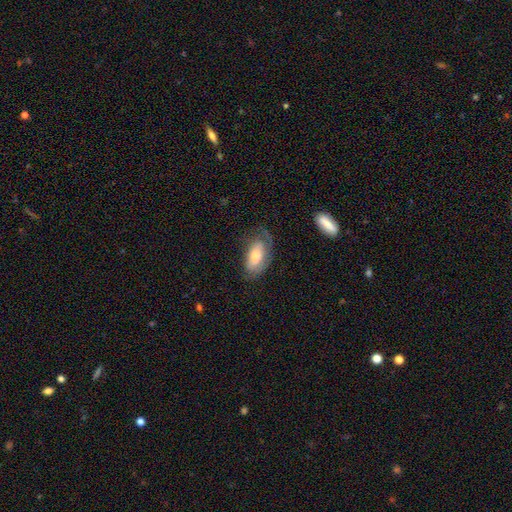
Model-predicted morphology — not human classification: smooth 56%, featured or disk 38%, star or artifact 6%. Down the decision tree: how rounded — in between (89%); merging — none (50%).